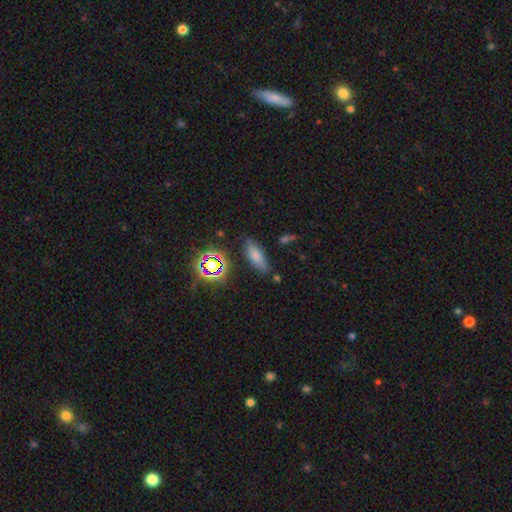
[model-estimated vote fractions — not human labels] Smooth or featured? smooth (70%)
How rounded? in between (66%)
Merging? none (78%)